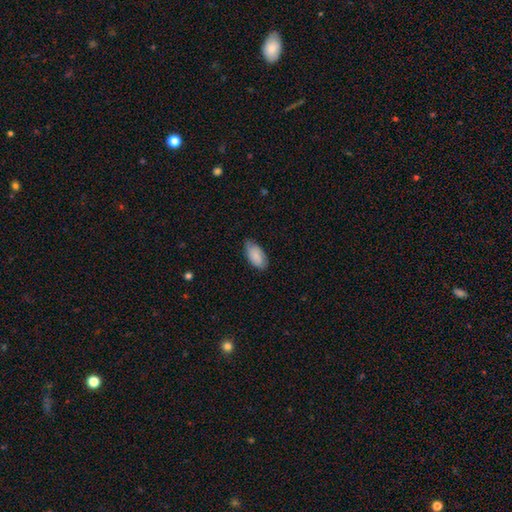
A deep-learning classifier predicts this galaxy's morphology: smooth 83%, featured or disk 11%, star or artifact 6%. Down the decision tree: how rounded — in between (95%); merging — none (73%).